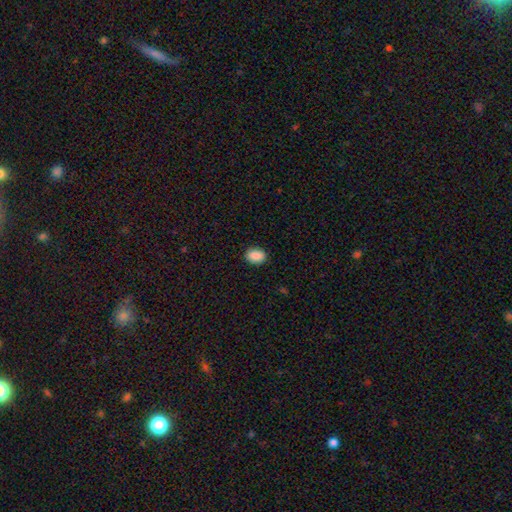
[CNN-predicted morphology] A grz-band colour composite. It shows a smooth galaxy with no disk features (89%) that is in between round and cigar-shaped (76%). Merging: none (87%).